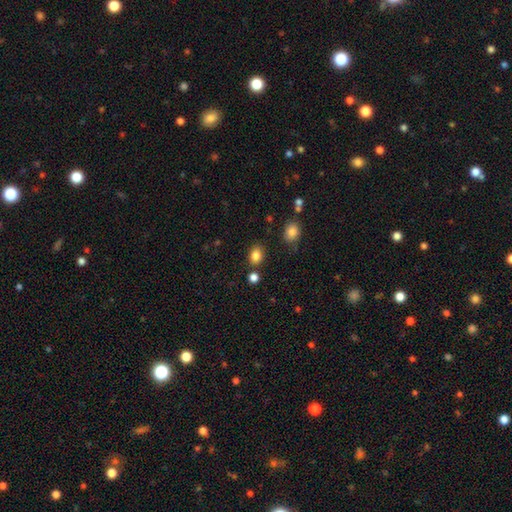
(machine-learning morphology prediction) A smooth galaxy with no disk features (84%) that is in between round and cigar-shaped (57%).

Vote fractions:
- Smooth or featured? smooth: 84% / star or artifact: 11% / featured or disk: 5%
- How rounded? in between: 57% / round: 42% / cigar-shaped: 1%
- Merging? none: 79% / minor disturbance: 12% / merger: 6% / major disturbance: 3%